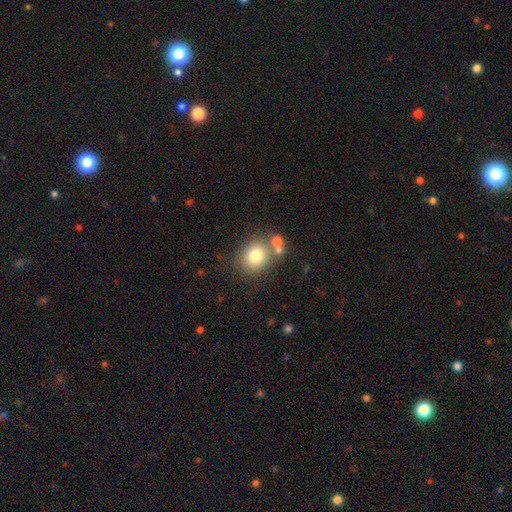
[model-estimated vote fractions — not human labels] The model was most divided on "merging": none: 66%, merger: 19%, minor disturbance: 11%, major disturbance: 4%. More confident: how rounded — round (78%); smooth or featured — smooth (76%).